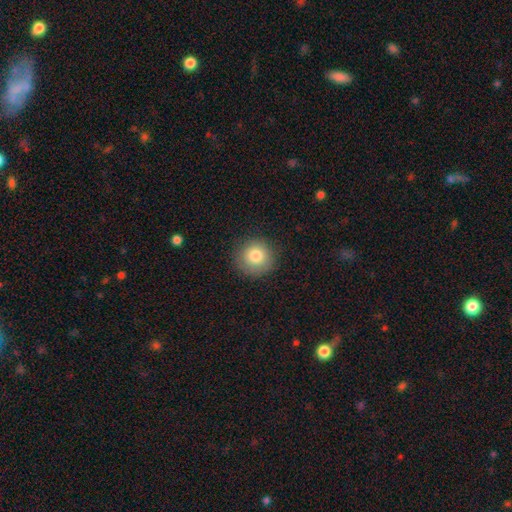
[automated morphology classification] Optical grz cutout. It shows a smooth galaxy with no disk features (81%) that is round (93%). Merging: none (86%).